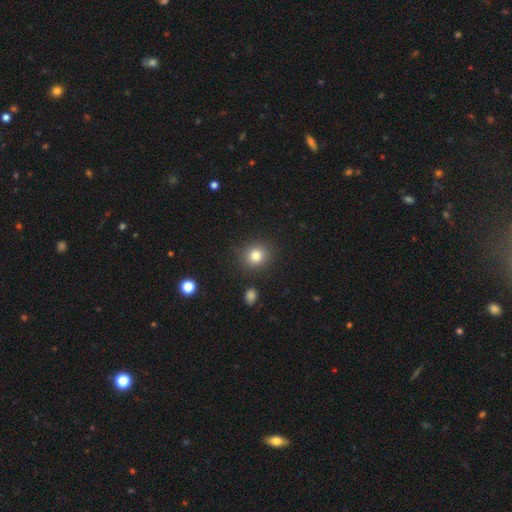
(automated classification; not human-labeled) Q: Smooth or featured?
A: smooth (81%); runner-up: star or artifact (12%)
Q: How rounded?
A: round (83%); runner-up: in between (16%)
Q: Merging?
A: none (89%); runner-up: minor disturbance (7%)